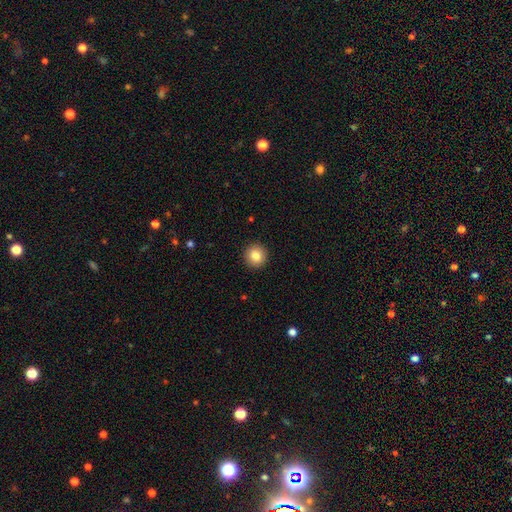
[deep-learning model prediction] Smooth or featured?
  - smooth: 82% *
  - star or artifact: 10%
  - featured or disk: 8%
How rounded?
  - round: 95% *
  - in between: 4%
  - cigar-shaped: 1%
Merging?
  - none: 93% *
  - minor disturbance: 4%
  - major disturbance: 1%
  - merger: 1%